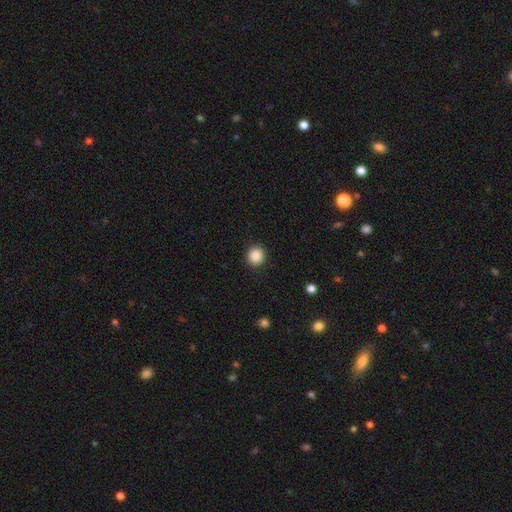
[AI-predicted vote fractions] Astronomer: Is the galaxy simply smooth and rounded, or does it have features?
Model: smooth — 87%.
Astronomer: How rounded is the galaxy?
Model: round — 93%.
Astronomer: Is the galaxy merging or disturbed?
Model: none — 92%.